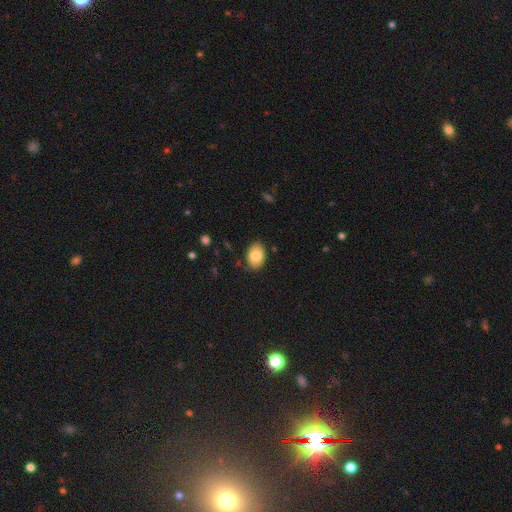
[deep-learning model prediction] Smooth or featured: smooth — 82% (featured or disk — 10%)
How rounded: in between — 82% (round — 17%)
Merging: none — 84% (minor disturbance — 12%)